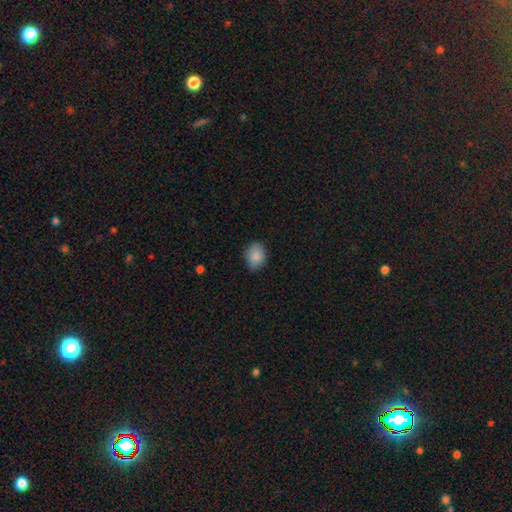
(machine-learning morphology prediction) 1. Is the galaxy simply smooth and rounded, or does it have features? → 87% smooth, 7% star or artifact, 5% featured or disk.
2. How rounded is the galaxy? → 60% in between, 39% round, 1% cigar-shaped.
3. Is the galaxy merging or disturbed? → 78% none, 18% minor disturbance, 3% major disturbance, 1% merger.